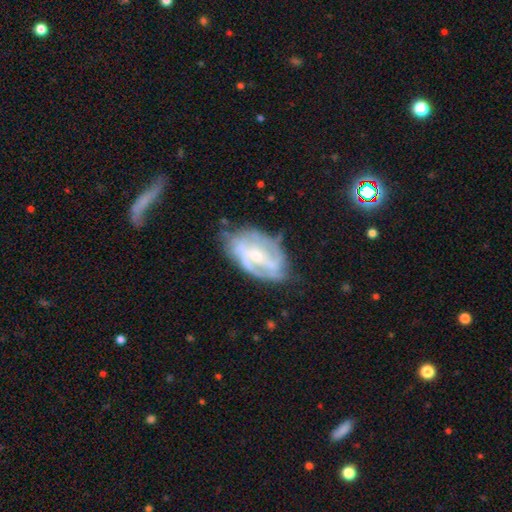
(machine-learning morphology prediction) type=featured or disk (79%); edge-on=no (95%); bar=weak (41%); spiral arms=yes (83%); winding=tight (44%); arm count=2 (46%); bulge=small (54%); merging=none (61%).